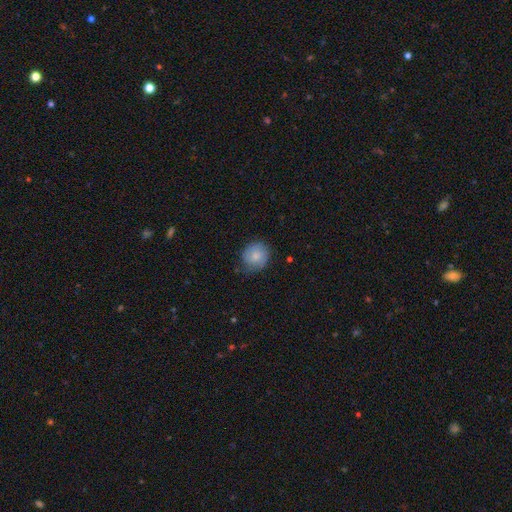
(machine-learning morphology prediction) Smooth or featured: smooth — 71% (featured or disk — 22%)
How rounded: round — 81% (in between — 18%)
Merging: none — 64% (minor disturbance — 28%)